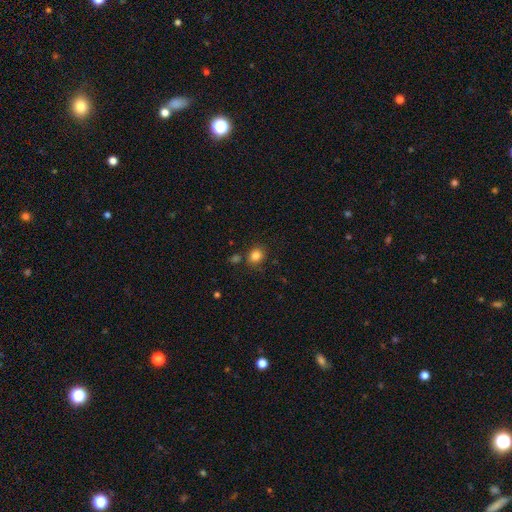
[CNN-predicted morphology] Q: Smooth or featured?
A: smooth (84%); runner-up: star or artifact (11%)
Q: How rounded?
A: round (73%); runner-up: in between (26%)
Q: Merging?
A: none (80%); runner-up: minor disturbance (11%)